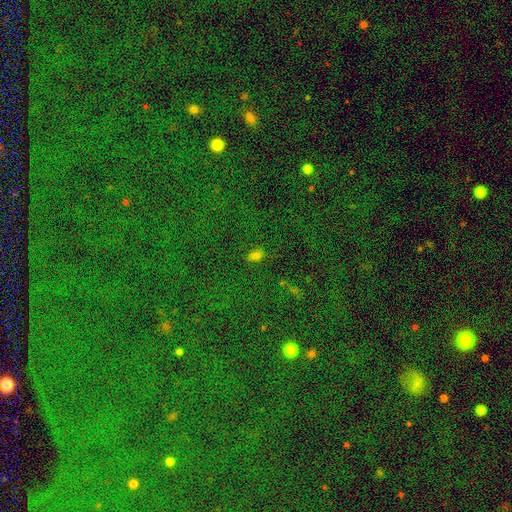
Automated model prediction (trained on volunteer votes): Smooth or featured? Predicted: smooth (p=0.58). How rounded? Predicted: in between (p=0.83). Merging? Predicted: none (p=0.76).